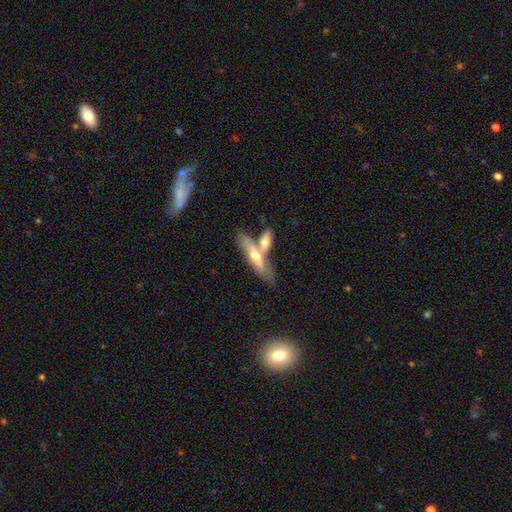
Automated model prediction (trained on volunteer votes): A featured or disk galaxy (50%) viewed edge-on (72%). Merging: merger (46%).